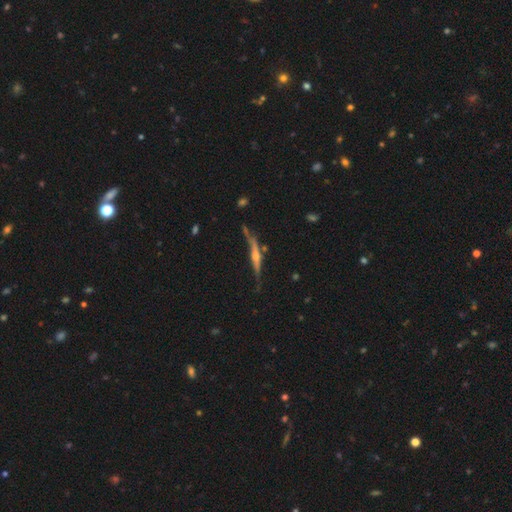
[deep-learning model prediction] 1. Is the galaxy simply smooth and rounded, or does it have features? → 71% featured or disk, 22% smooth, 7% star or artifact.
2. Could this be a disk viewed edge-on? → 95% yes, 5% no.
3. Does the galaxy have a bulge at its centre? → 80% rounded, 12% none, 8% boxy.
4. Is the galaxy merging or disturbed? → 62% none, 22% minor disturbance, 8% merger, 7% major disturbance.